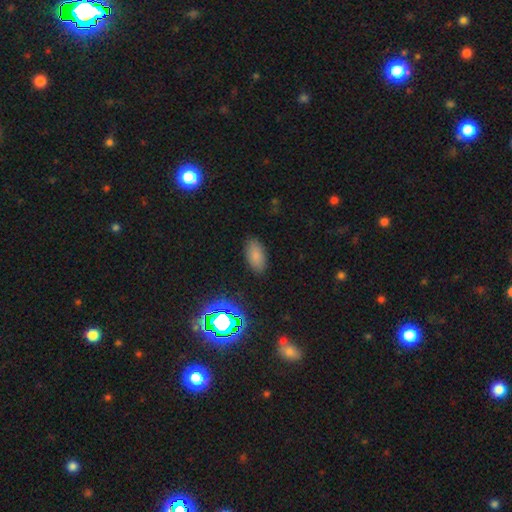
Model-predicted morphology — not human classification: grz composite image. It shows a smooth galaxy with no disk features (79%) that is in between round and cigar-shaped (92%). Merging: none (86%).